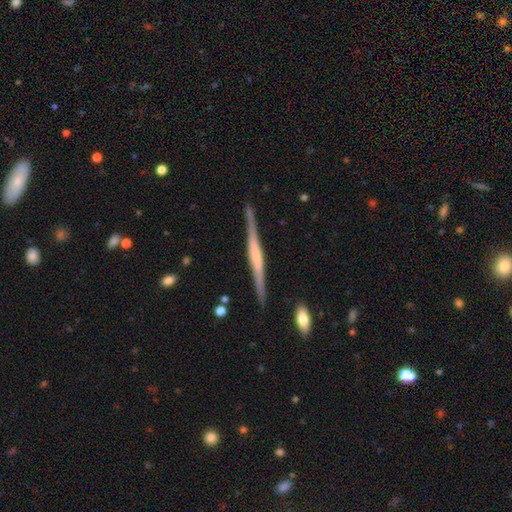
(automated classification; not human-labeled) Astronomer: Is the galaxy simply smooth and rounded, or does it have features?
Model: featured or disk — 75%.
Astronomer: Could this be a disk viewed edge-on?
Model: yes — 98%.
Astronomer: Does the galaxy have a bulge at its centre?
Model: rounded — 41% (runner-up: none, 32%).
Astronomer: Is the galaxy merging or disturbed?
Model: none — 87%.